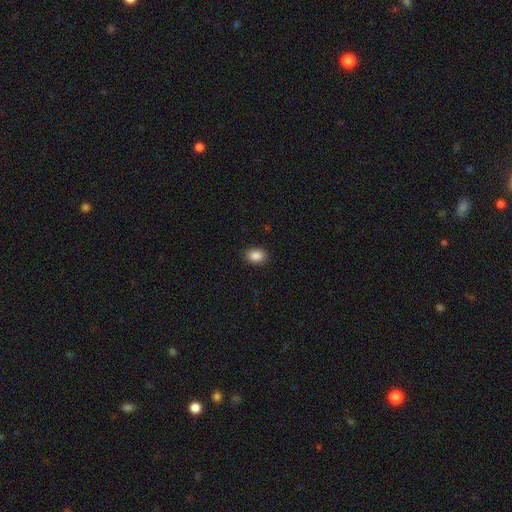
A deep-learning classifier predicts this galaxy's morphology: A smooth galaxy with no disk features (88%) that is in between round and cigar-shaped (70%). Merging: none (90%).